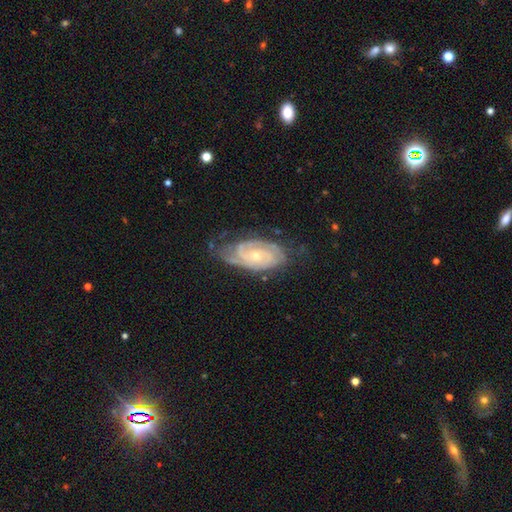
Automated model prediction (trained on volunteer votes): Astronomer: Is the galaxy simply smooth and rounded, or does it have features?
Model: featured or disk — 86%.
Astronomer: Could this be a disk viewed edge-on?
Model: no — 95%.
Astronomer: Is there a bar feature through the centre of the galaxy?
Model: no — 70%.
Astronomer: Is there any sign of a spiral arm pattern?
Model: yes — 96%.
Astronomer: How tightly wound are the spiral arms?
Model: tight — 69%.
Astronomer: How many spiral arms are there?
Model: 2 — 42% (runner-up: can't tell, 26%).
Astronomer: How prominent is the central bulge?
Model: small — 59% (runner-up: moderate, 38%).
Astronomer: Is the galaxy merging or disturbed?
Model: none — 64%.